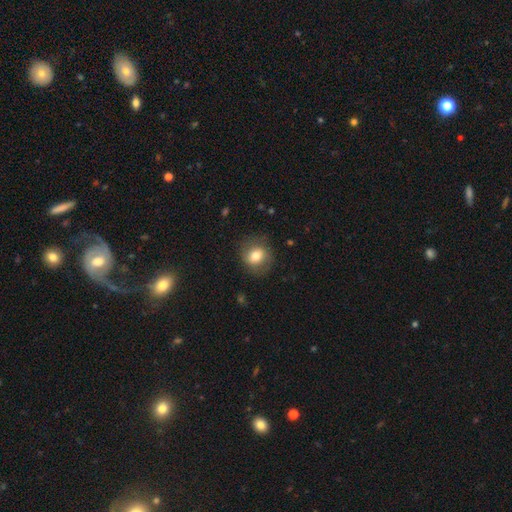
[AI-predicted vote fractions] smooth_or_featured: smooth (p=0.73) [alt: featured or disk p=0.18]
how_rounded: round (p=0.72) [alt: in between p=0.27]
merging: none (p=0.80) [alt: minor disturbance p=0.14]